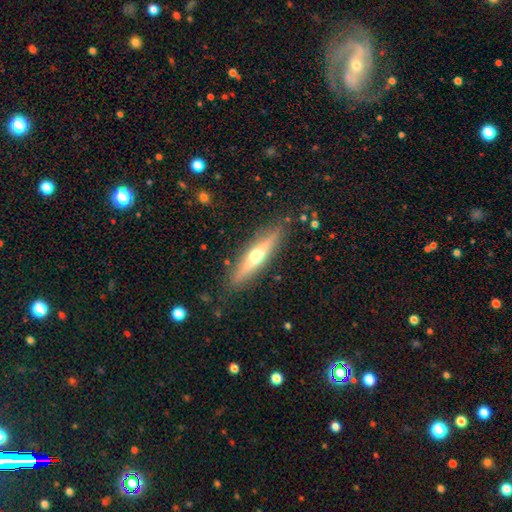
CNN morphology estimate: smooth-or-featured: featured or disk: 61% | smooth: 33% | star or artifact: 6%
  disk-edge-on: yes: 94% | no: 6%
    edge-on-bulge: rounded: 93% | none: 5% | boxy: 3%
  merging: none: 87% | minor disturbance: 9% | major disturbance: 2% | merger: 1%